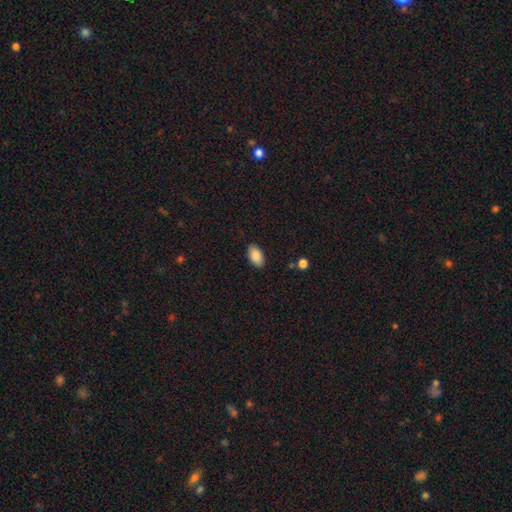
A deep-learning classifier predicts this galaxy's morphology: smooth 88%, star or artifact 7%, featured or disk 5%. Down the decision tree: how rounded — in between (94%); merging — none (87%).